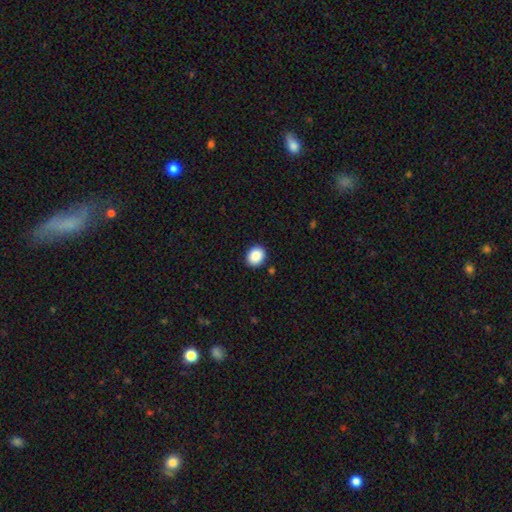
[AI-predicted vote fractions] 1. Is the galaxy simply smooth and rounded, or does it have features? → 88% smooth, 8% star or artifact, 3% featured or disk.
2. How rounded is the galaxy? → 62% round, 37% in between, 1% cigar-shaped.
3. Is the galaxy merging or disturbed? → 90% none, 7% minor disturbance, 2% major disturbance, 1% merger.